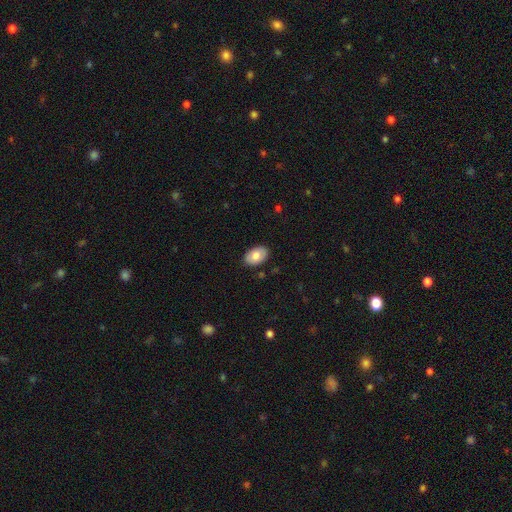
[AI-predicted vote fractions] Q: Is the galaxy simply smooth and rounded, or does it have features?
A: smooth — 78%.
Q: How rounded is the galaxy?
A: in between — 91%.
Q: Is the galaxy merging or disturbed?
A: none — 87%.